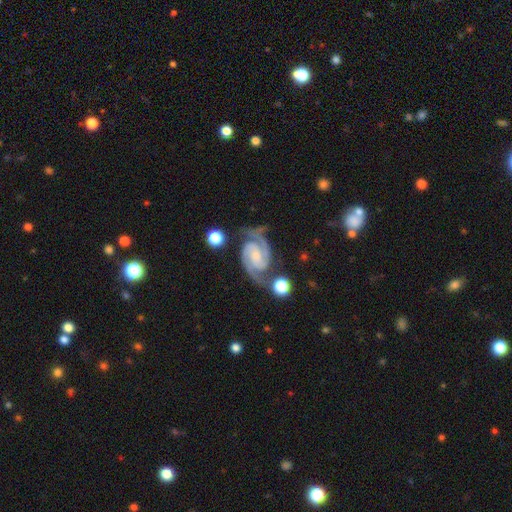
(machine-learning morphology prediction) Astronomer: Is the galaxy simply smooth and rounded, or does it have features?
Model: featured or disk — 92%.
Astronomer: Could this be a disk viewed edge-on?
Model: no — 98%.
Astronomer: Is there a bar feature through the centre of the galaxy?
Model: no — 48% (runner-up: weak, 36%).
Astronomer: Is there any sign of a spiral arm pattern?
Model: yes — 99%.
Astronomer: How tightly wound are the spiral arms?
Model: medium — 49% (runner-up: tight, 44%).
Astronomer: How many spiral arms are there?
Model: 2 — 92%.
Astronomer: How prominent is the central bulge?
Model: small — 58%.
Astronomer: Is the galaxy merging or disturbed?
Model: none — 70%.